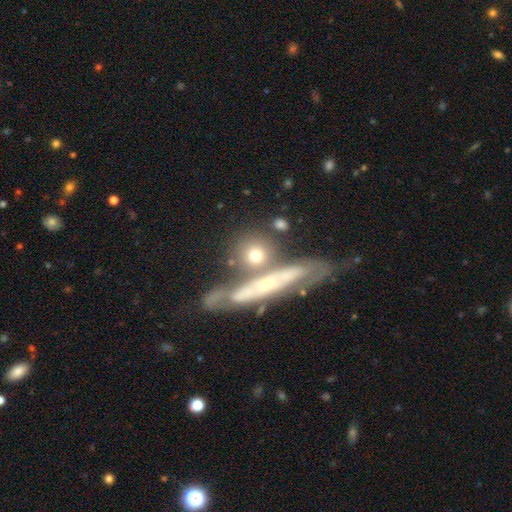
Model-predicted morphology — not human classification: Smooth or featured? smooth (62%)
How rounded? round (67%)
Merging? none (55%)